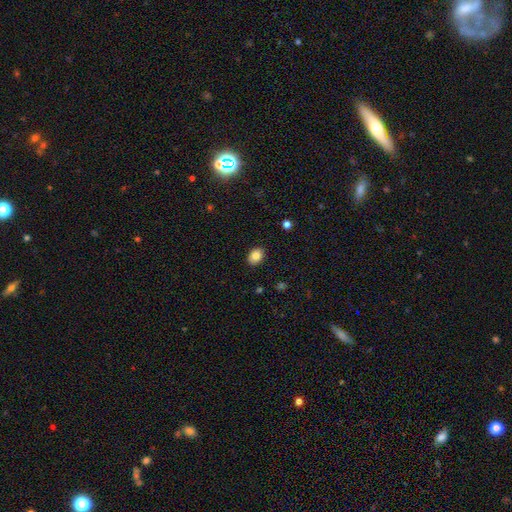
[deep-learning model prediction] Smooth or featured? smooth (85%)
How rounded? in between (66%)
Merging? none (89%)